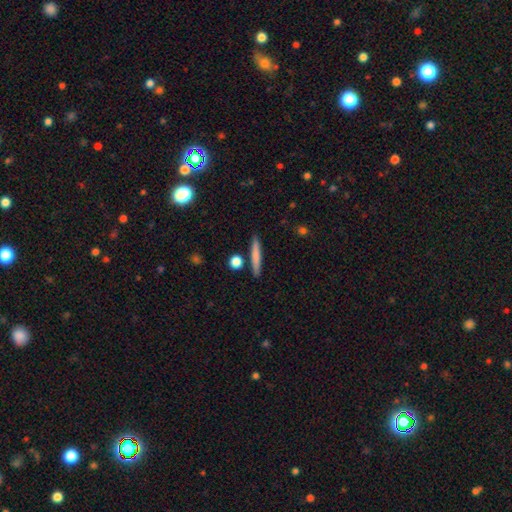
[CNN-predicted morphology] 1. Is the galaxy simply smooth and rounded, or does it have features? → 73% smooth, 21% featured or disk, 6% star or artifact.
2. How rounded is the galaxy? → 93% cigar-shaped, 4% in between, 2% round.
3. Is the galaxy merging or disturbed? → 87% none, 7% minor disturbance, 4% merger, 2% major disturbance.